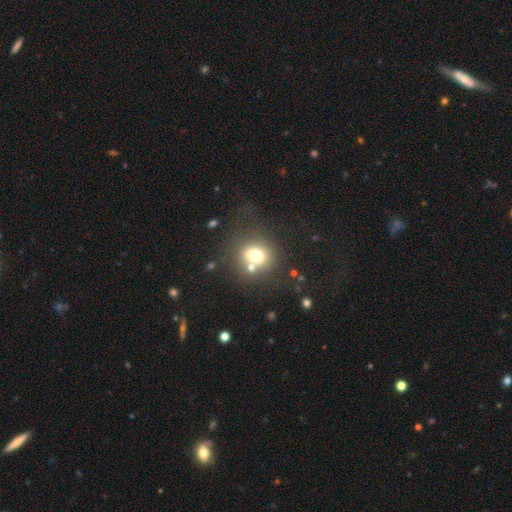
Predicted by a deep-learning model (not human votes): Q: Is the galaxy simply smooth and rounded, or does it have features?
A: smooth — 69%.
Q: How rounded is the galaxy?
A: round — 76%.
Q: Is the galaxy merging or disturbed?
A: none — 53%.